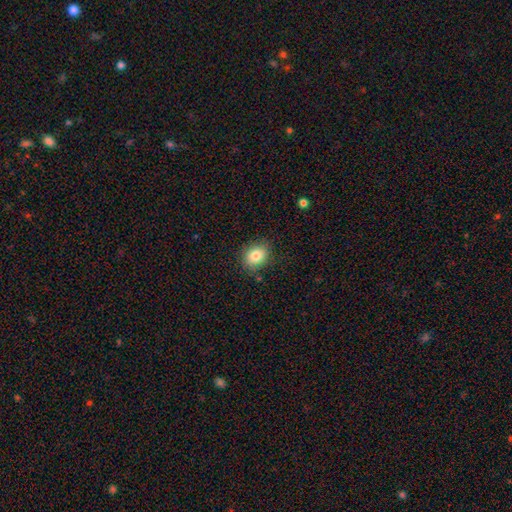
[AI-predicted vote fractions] A smooth galaxy with no disk features (83%) that is in between round and cigar-shaped (51%). Merging: none (83%).